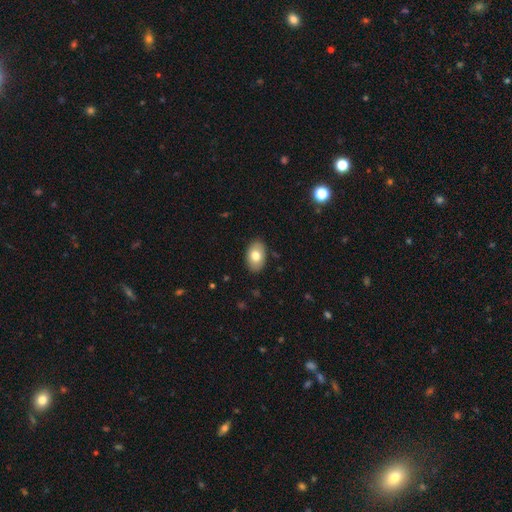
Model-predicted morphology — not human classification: Smooth or featured? Predicted: smooth (p=0.76). How rounded? Predicted: in between (p=0.90). Merging? Predicted: none (p=0.87).